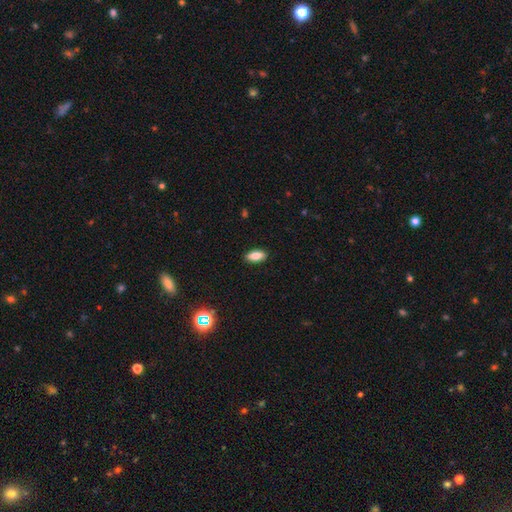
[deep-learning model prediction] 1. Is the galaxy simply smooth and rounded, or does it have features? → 83% smooth, 9% featured or disk, 8% star or artifact.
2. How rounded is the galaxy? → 82% in between, 15% cigar-shaped, 3% round.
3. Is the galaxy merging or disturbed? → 89% none, 8% minor disturbance, 2% major disturbance, 1% merger.